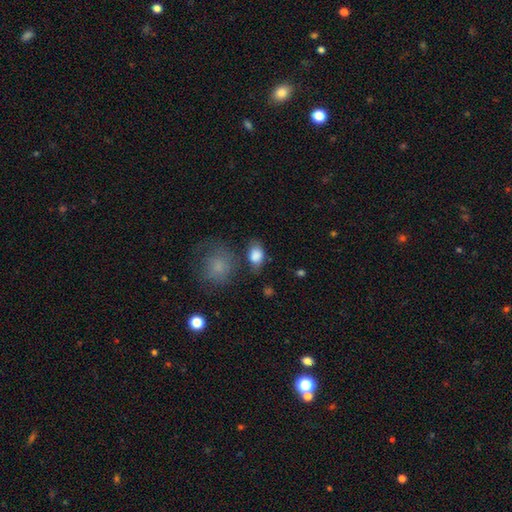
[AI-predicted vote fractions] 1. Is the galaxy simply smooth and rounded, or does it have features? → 85% smooth, 8% star or artifact, 7% featured or disk.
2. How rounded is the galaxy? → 78% in between, 20% round, 2% cigar-shaped.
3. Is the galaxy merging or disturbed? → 59% none, 22% minor disturbance, 10% merger, 9% major disturbance.